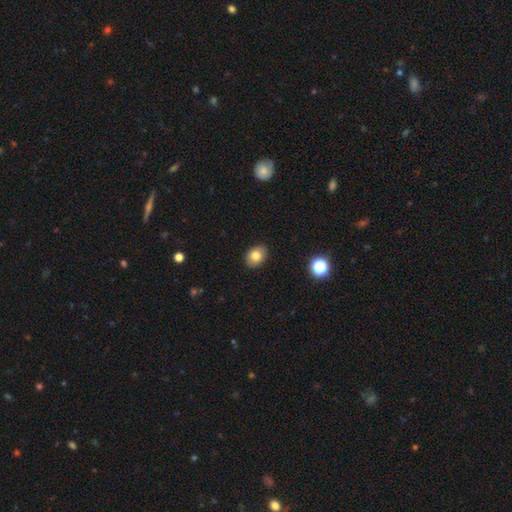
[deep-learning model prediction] The model was most divided on "how rounded": in between: 67%, round: 32%, cigar-shaped: 1%. More confident: merging — none (89%); smooth or featured — smooth (81%).